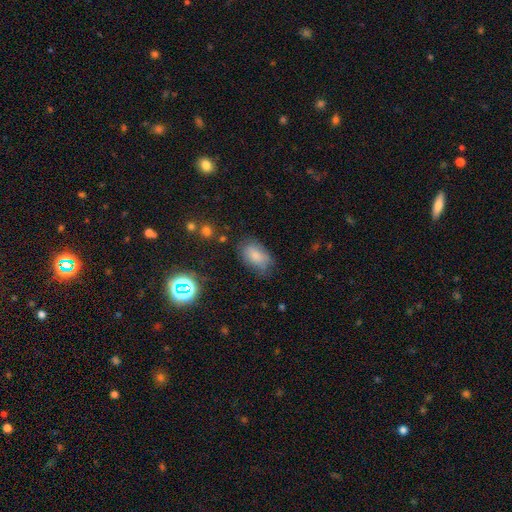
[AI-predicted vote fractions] This is likely a smooth galaxy (79%). How rounded: clearly in between (91%). Merging: likely none (66%).